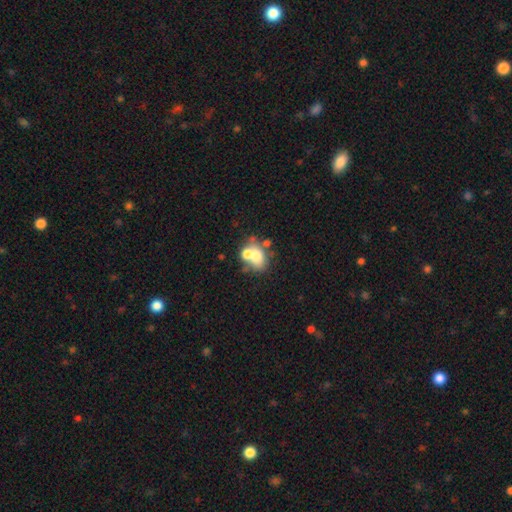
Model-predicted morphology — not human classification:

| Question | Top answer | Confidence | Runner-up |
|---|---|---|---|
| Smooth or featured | smooth | 63% | featured or disk (26%) |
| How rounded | in between | 60% | round (38%) |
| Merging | merger | 49% | none (34%) |